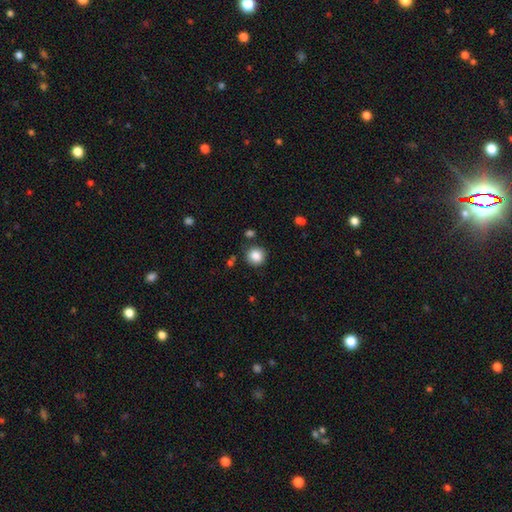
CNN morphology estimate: Overall: smooth (86%). How rounded: round (88%). Merging: none (84%).